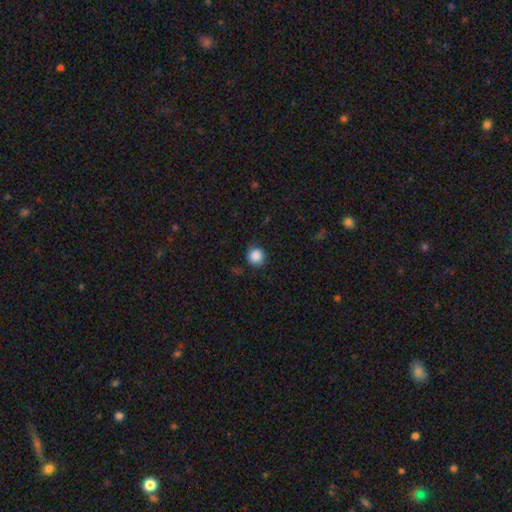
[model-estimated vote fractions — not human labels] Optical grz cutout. It shows a smooth galaxy with no disk features (87%) that is round (91%). Merging: none (84%).